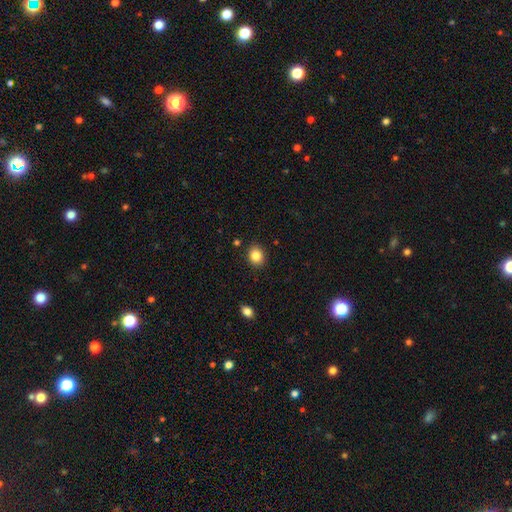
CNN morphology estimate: A smooth galaxy with no disk features (84%) that is round (61%).

Vote fractions:
- Smooth or featured? smooth: 84% / star or artifact: 10% / featured or disk: 6%
- How rounded? round: 61% / in between: 38% / cigar-shaped: 1%
- Merging? none: 89% / minor disturbance: 7% / major disturbance: 2% / merger: 1%